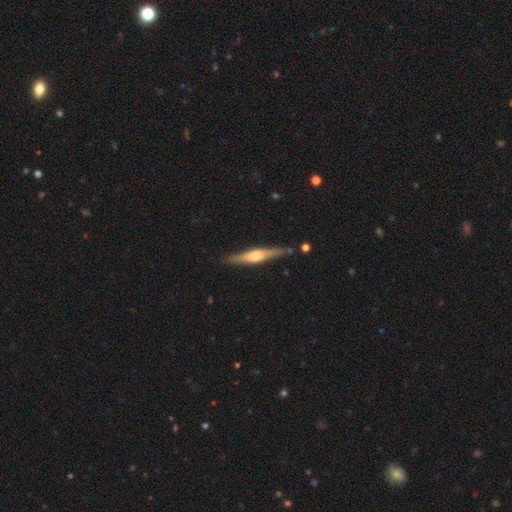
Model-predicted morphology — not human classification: Overall: featured or disk (69%). Edge-on disk: yes (97%). Edge-on bulge: rounded (77%). Merging: none (87%).